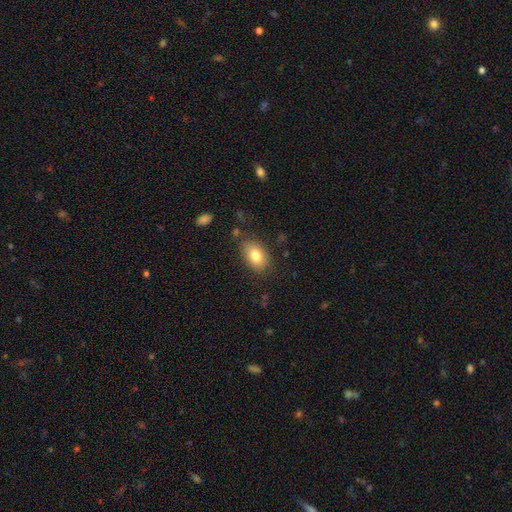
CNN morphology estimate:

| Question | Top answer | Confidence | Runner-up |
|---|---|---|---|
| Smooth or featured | smooth | 81% | featured or disk (11%) |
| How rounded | in between | 87% | round (11%) |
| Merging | none | 81% | minor disturbance (13%) |